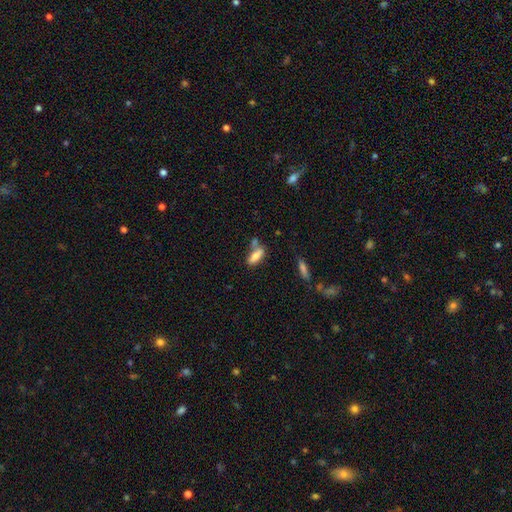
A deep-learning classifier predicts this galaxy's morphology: smooth 77%, featured or disk 14%, star or artifact 8%. Down the decision tree: how rounded — in between (66%); merging — none (47%).